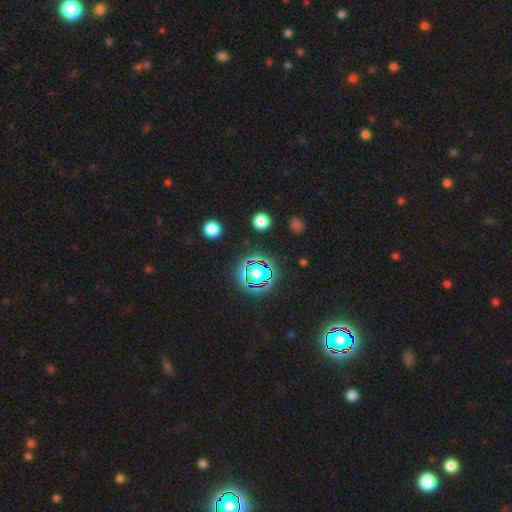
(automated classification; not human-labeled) Smooth or featured: star or artifact — 82% (smooth — 11%)